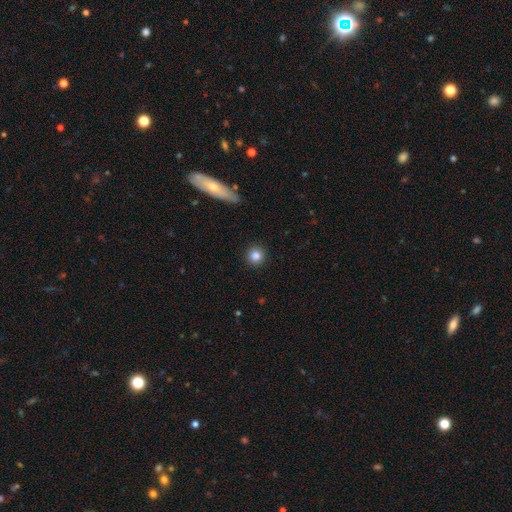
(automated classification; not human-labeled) A smooth galaxy with no disk features (84%) that is round (94%).

Vote fractions:
- Smooth or featured? smooth: 84% / star or artifact: 10% / featured or disk: 6%
- How rounded? round: 94% / in between: 5% / cigar-shaped: 1%
- Merging? none: 92% / minor disturbance: 5% / major disturbance: 2% / merger: 1%